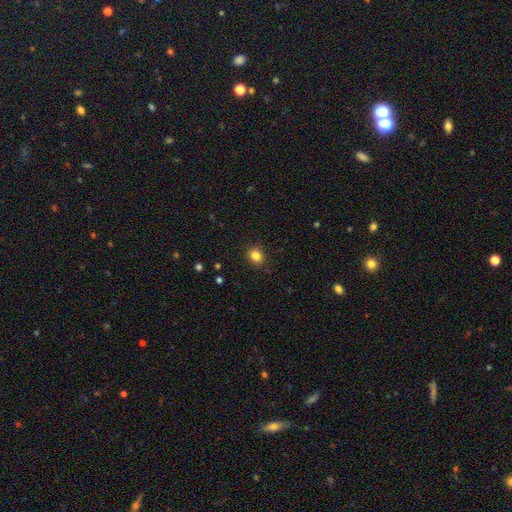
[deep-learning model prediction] Smooth or featured? Predicted: smooth (p=0.83). How rounded? Predicted: round (p=0.75). Merging? Predicted: none (p=0.89).